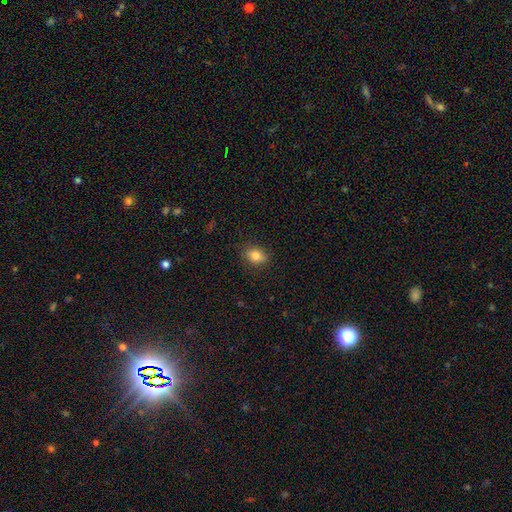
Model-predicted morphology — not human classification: type=smooth (83%); roundness=in between (65%); merging=none (84%).